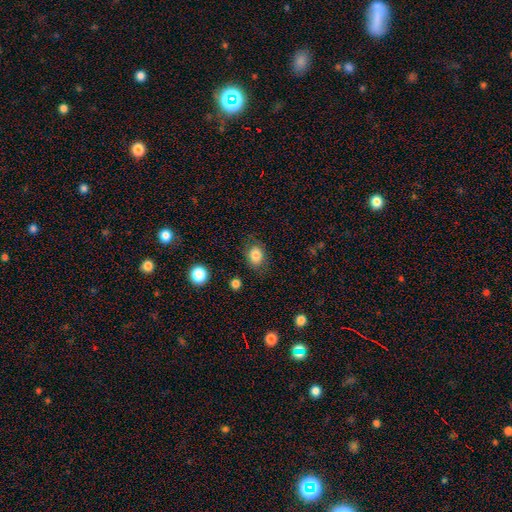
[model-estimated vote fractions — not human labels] Overall: smooth (84%). How rounded: in between (60%; round 39%). Merging: none (76%).